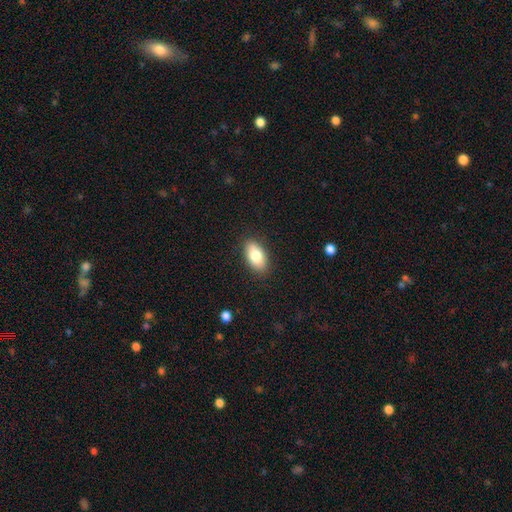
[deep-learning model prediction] smooth-or-featured: smooth: 80% | featured or disk: 13% | star or artifact: 7%
  how-rounded: in between: 92% | round: 4% | cigar-shaped: 4%
  merging: none: 87% | minor disturbance: 9% | major disturbance: 2% | merger: 1%